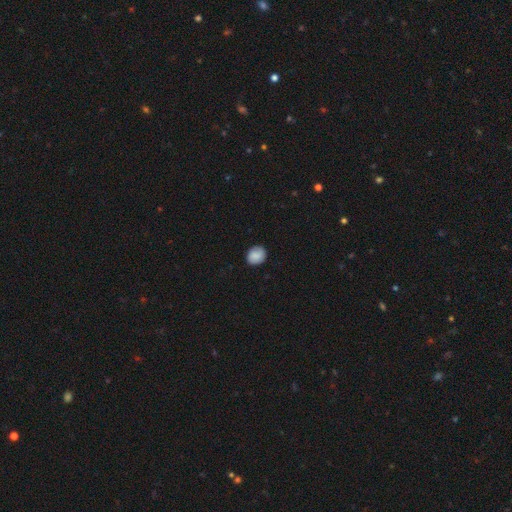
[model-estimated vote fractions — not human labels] The model was most divided on "how rounded": round: 69%, in between: 30%, cigar-shaped: 1%. More confident: smooth or featured — smooth (85%); merging — none (84%).